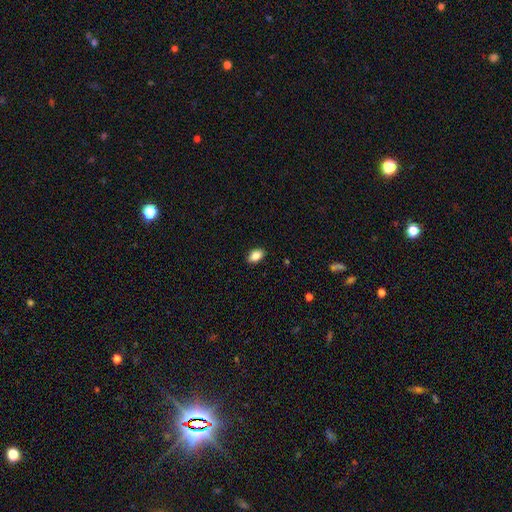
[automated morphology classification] A smooth galaxy with no disk features (86%) that is in between round and cigar-shaped (90%). Merging: none (89%).